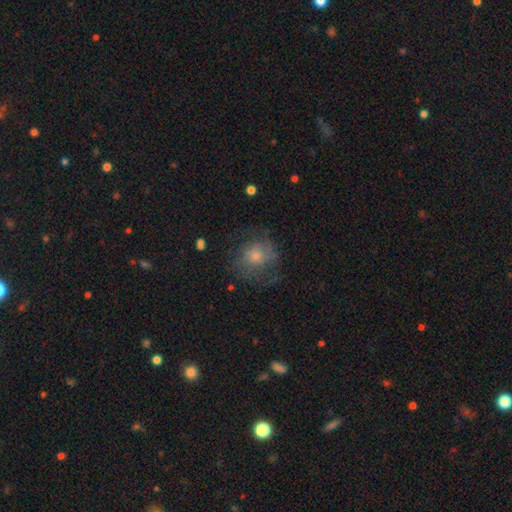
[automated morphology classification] Q: Smooth or featured?
A: smooth (49%); runner-up: featured or disk (36%)
Q: Merging?
A: none (60%); runner-up: minor disturbance (21%)